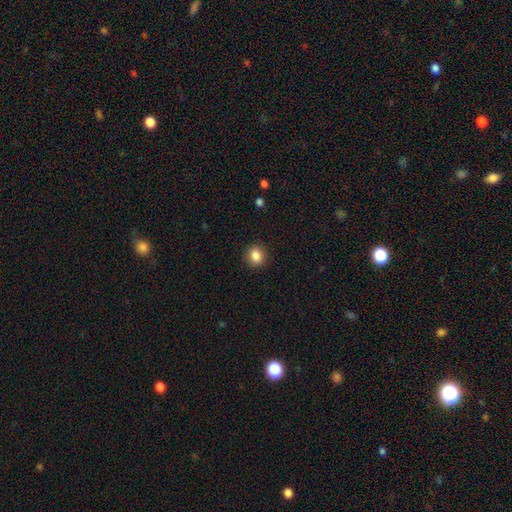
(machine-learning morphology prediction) The model was most divided on "how rounded": round: 71%, in between: 28%, cigar-shaped: 1%. More confident: merging — none (91%); smooth or featured — smooth (86%).